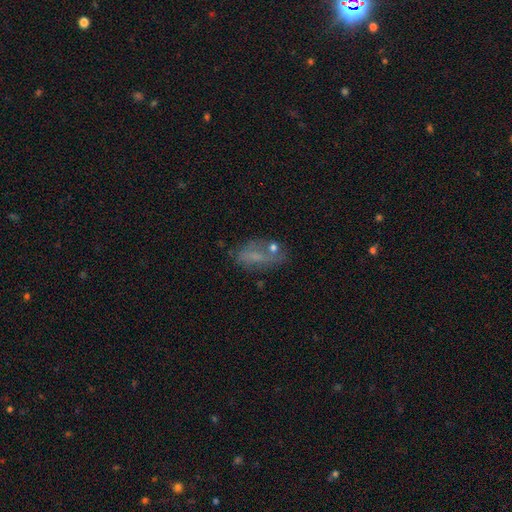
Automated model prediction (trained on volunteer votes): Smooth or featured: smooth — 50% (featured or disk — 35%)
Merging: none — 51% (minor disturbance — 23%)